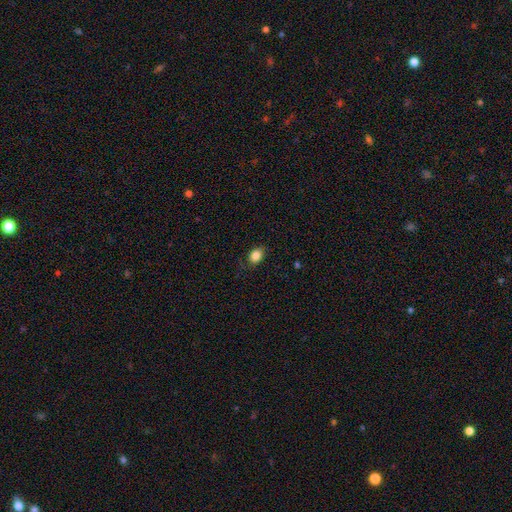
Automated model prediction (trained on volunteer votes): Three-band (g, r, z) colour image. It shows a smooth galaxy with no disk features (84%) that is in between round and cigar-shaped (70%). Merging: none (79%).